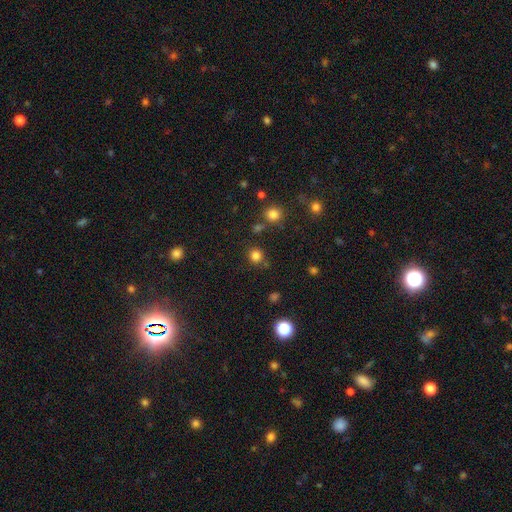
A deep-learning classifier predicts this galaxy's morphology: smooth-or-featured: smooth: 80% | star or artifact: 15% | featured or disk: 5%
  how-rounded: round: 90% | in between: 9% | cigar-shaped: 1%
  merging: none: 82% | minor disturbance: 9% | merger: 6% | major disturbance: 3%